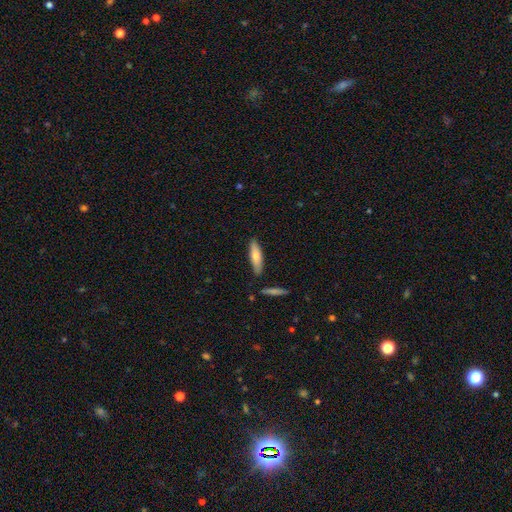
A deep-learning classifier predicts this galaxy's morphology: type=smooth (71%); roundness=cigar-shaped (66%); merging=none (81%).